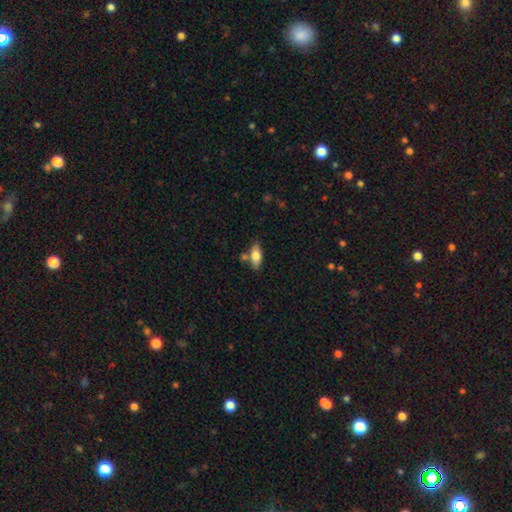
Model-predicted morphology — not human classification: Smooth or featured?
  - smooth: 72% *
  - featured or disk: 22%
  - star or artifact: 7%
How rounded?
  - in between: 77% *
  - cigar-shaped: 20%
  - round: 3%
Merging?
  - none: 71% *
  - minor disturbance: 14%
  - merger: 11%
  - major disturbance: 3%